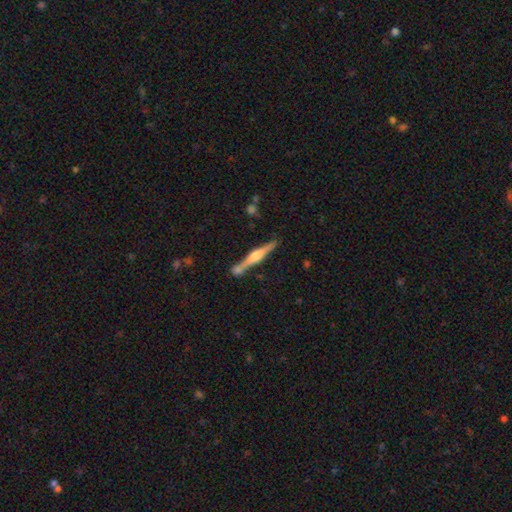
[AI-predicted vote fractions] Smooth or featured?
  - featured or disk: 75% *
  - smooth: 20%
  - star or artifact: 6%
Edge-on disk?
  - yes: 98% *
  - no: 2%
Edge-on bulge?
  - rounded: 83% *
  - boxy: 13%
  - none: 5%
Merging?
  - none: 76% *
  - merger: 11%
  - minor disturbance: 11%
  - major disturbance: 3%